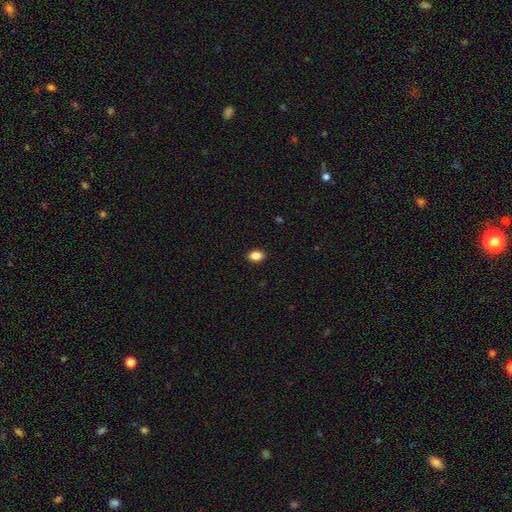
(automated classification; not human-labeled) Smooth or featured: smooth — 87% (star or artifact — 9%)
How rounded: in between — 76% (round — 23%)
Merging: none — 90% (minor disturbance — 7%)